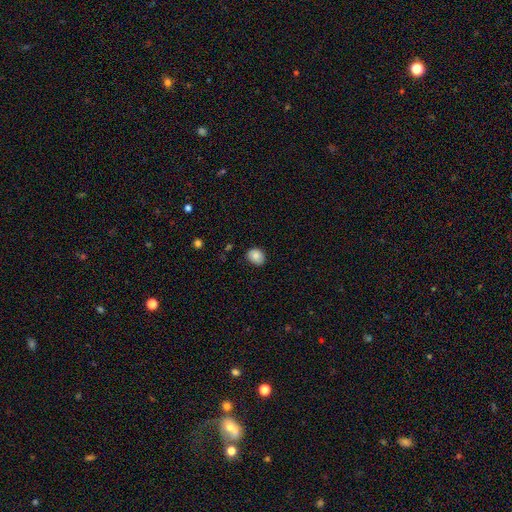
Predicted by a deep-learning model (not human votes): A smooth galaxy with no disk features (83%) that is round (55%). Merging: none (82%).